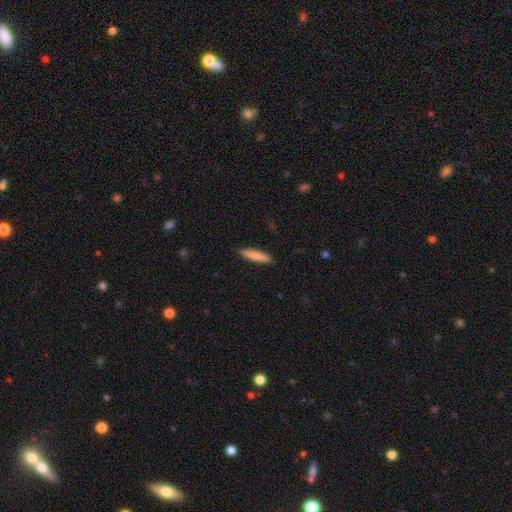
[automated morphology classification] Smooth or featured?
  - smooth: 81% *
  - featured or disk: 14%
  - star or artifact: 6%
How rounded?
  - cigar-shaped: 85% *
  - in between: 14%
  - round: 1%
Merging?
  - none: 88% *
  - minor disturbance: 10%
  - major disturbance: 2%
  - merger: 1%